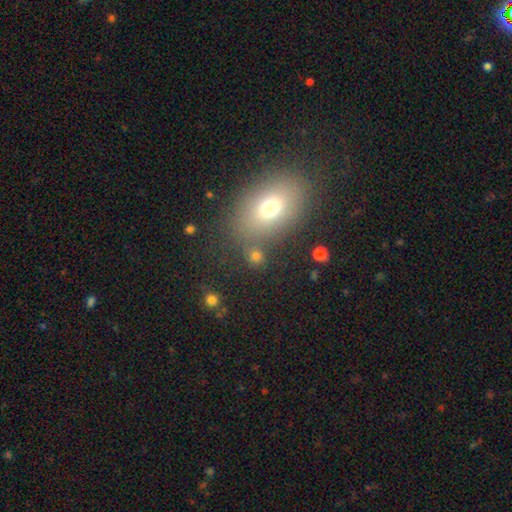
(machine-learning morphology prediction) This is likely a smooth galaxy (70%). How rounded: possibly round (54%). Merging: likely none (71%).